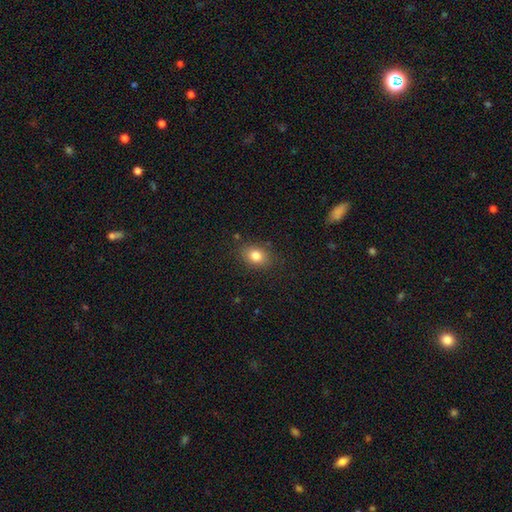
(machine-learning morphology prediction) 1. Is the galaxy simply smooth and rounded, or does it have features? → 82% smooth, 10% star or artifact, 8% featured or disk.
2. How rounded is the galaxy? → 65% in between, 34% round, 1% cigar-shaped.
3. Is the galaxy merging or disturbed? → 84% none, 11% minor disturbance, 3% major disturbance, 2% merger.